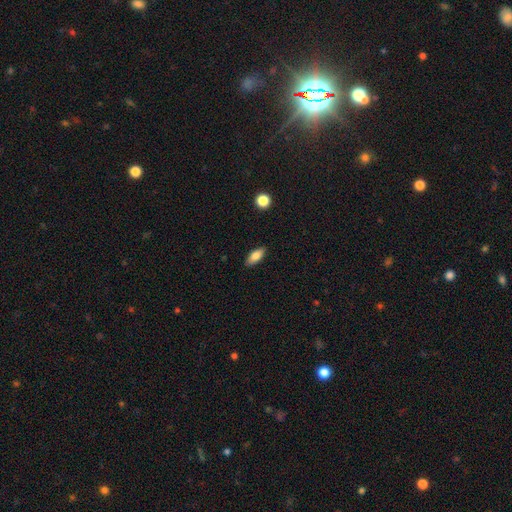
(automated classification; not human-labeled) This is clearly a smooth galaxy (80%). How rounded: clearly in between (80%). Merging: clearly none (87%).